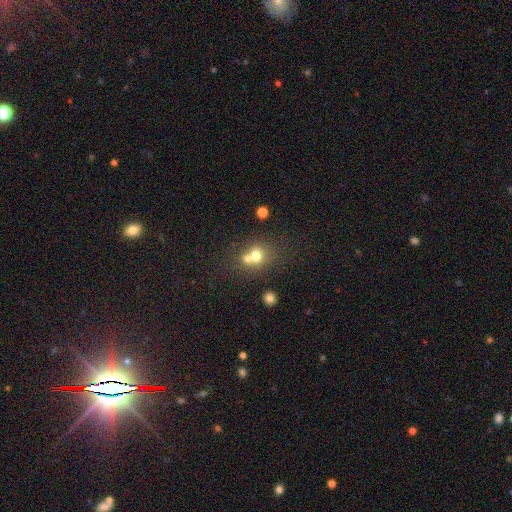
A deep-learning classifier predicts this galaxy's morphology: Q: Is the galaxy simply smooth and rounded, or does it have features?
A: smooth — 68%.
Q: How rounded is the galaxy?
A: round — 68%.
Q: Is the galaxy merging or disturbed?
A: merger — 52%.